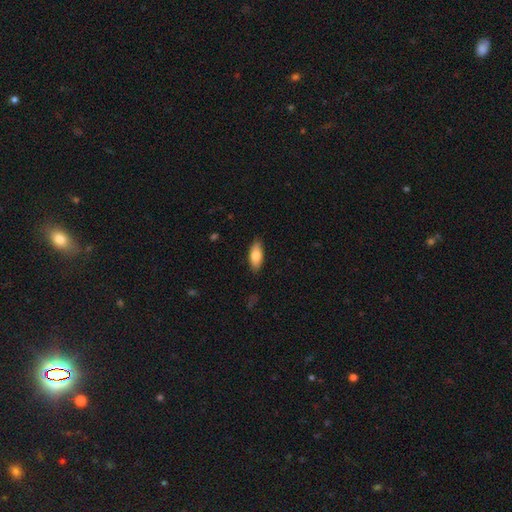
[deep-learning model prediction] A smooth galaxy with no disk features (80%) that is in between round and cigar-shaped (79%).

Vote fractions:
- Smooth or featured? smooth: 80% / featured or disk: 14% / star or artifact: 6%
- How rounded? in between: 79% / cigar-shaped: 19% / round: 2%
- Merging? none: 86% / minor disturbance: 11% / major disturbance: 2% / merger: 1%